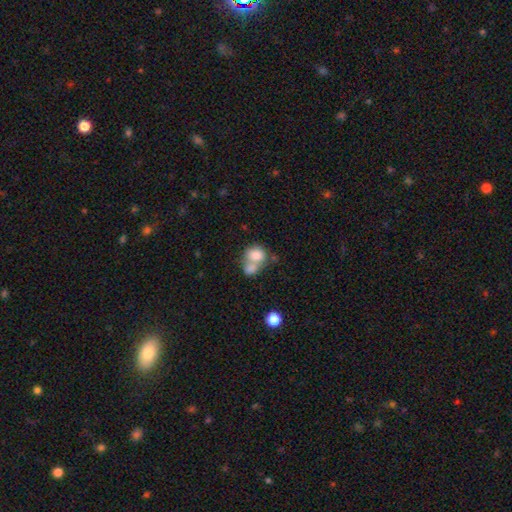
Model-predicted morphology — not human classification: Smooth or featured? smooth (77%)
How rounded? round (50%)
Merging? merger (65%)